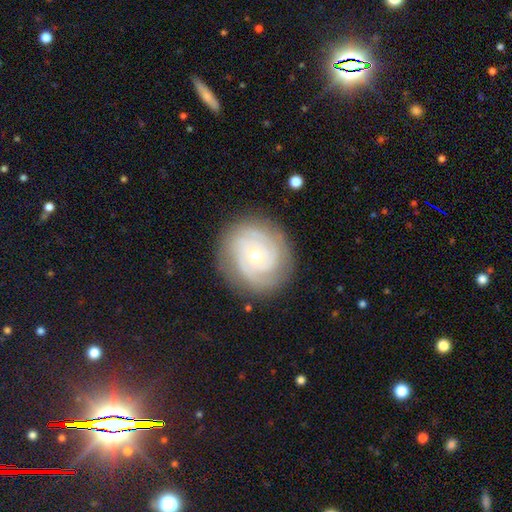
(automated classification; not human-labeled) Smooth or featured?
  - featured or disk: 76% *
  - smooth: 17%
  - star or artifact: 7%
Edge-on disk?
  - no: 97% *
  - yes: 3%
Bar?
  - no: 80% *
  - weak: 16%
  - strong: 4%
Spiral arms?
  - yes: 90% *
  - no: 10%
Spiral winding?
  - tight: 75% *
  - medium: 19%
  - loose: 5%
Spiral arm count?
  - can't tell: 33% *
  - 2: 26%
  - 3: 22%
  - 4: 9%
  - 1: 5%
  - more than 4: 5%
Bulge size?
  - small: 60% *
  - moderate: 37%
  - large: 2%
  - dominant: 1%
  - none: 1%
Merging?
  - none: 83% *
  - minor disturbance: 12%
  - major disturbance: 4%
  - merger: 1%